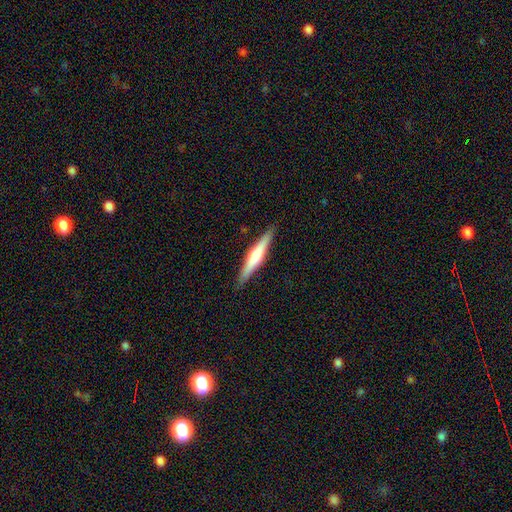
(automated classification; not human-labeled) A featured or disk galaxy (53%) viewed edge-on (97%) with a rounded central bulge (69%).

Vote fractions:
- Smooth or featured? featured or disk: 53% / smooth: 41% / star or artifact: 5%
- Edge-on disk? yes: 97% / no: 3%
- Edge-on bulge? rounded: 69% / boxy: 16% / none: 15%
- Merging? none: 90% / minor disturbance: 7% / major disturbance: 1% / merger: 1%